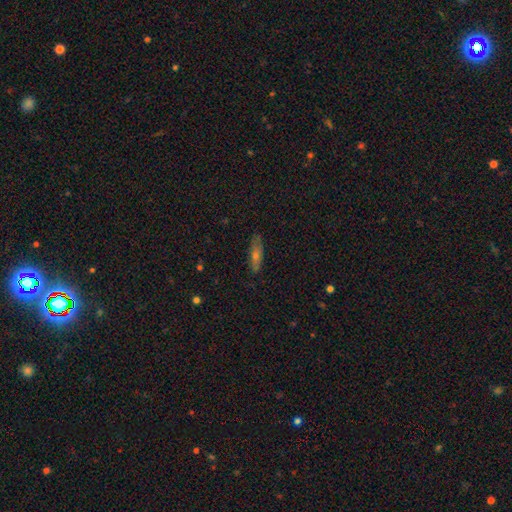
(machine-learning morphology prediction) type=smooth (52%); roundness=cigar-shaped (62%); merging=none (83%).